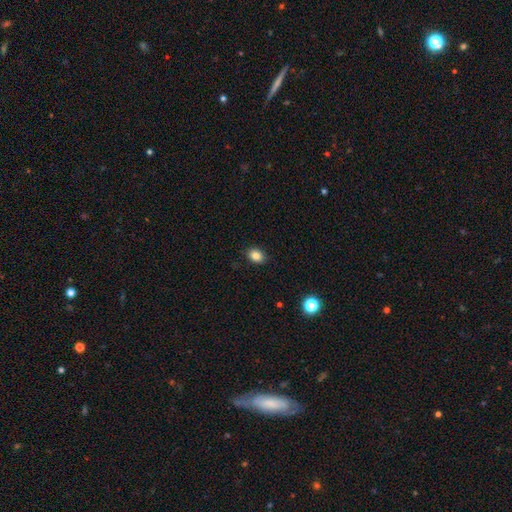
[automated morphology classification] smooth-or-featured: smooth: 84% | star or artifact: 10% | featured or disk: 5%
  how-rounded: in between: 63% | round: 36% | cigar-shaped: 1%
  merging: none: 88% | minor disturbance: 9% | major disturbance: 2% | merger: 1%